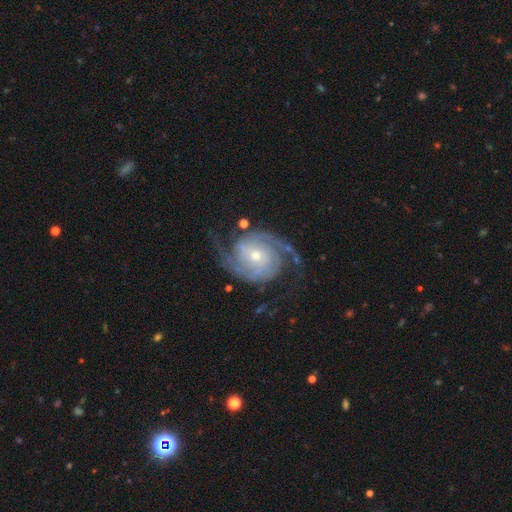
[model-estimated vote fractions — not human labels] Smooth or featured? Predicted: featured or disk (p=0.92). Edge-on disk? Predicted: no (p=0.98). Bar? Predicted: no (p=0.65). Spiral arms? Predicted: yes (p=0.98). Spiral winding? Predicted: medium (p=0.50). Spiral arm count? Predicted: 2 (p=0.90). Bulge size? Predicted: small (p=0.57). Merging? Predicted: none (p=0.76).